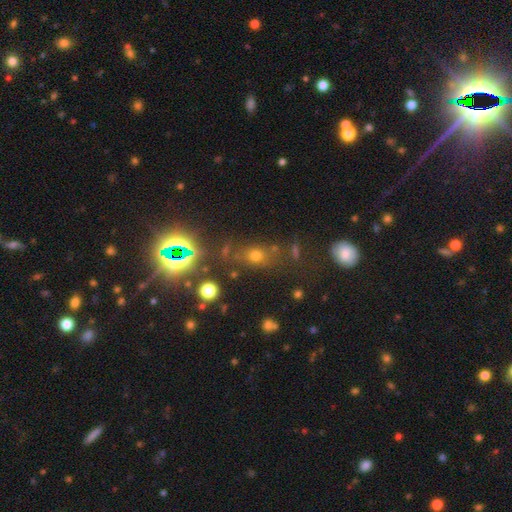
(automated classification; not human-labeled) Smooth or featured? smooth (48%)
Merging? none (70%)